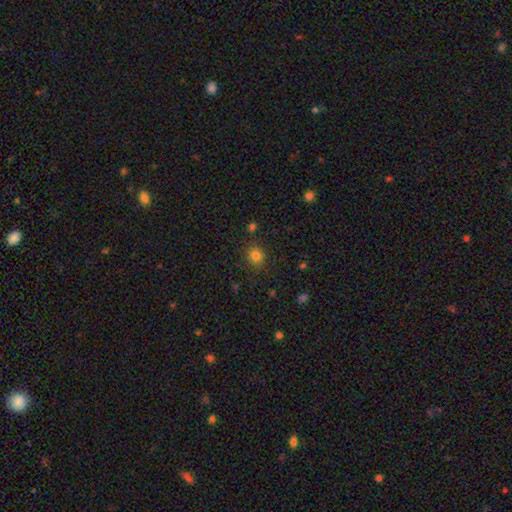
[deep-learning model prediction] A smooth galaxy with no disk features (80%) that is round (84%).

Vote fractions:
- Smooth or featured? smooth: 80% / star or artifact: 15% / featured or disk: 6%
- How rounded? round: 84% / in between: 15% / cigar-shaped: 1%
- Merging? none: 84% / minor disturbance: 10% / major disturbance: 3% / merger: 3%